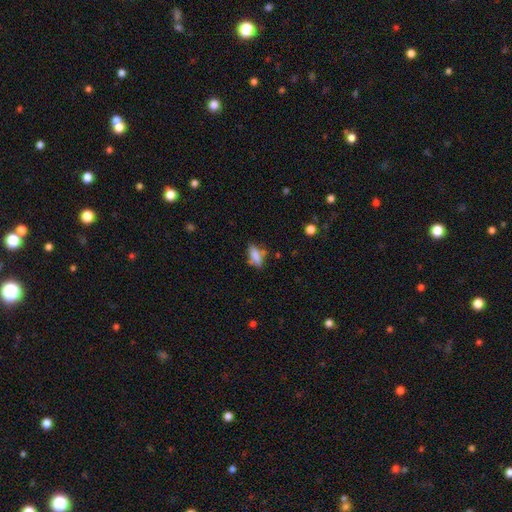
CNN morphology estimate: Q: Smooth or featured?
A: smooth (77%); runner-up: featured or disk (14%)
Q: How rounded?
A: in between (67%); runner-up: cigar-shaped (30%)
Q: Merging?
A: none (59%); runner-up: minor disturbance (24%)